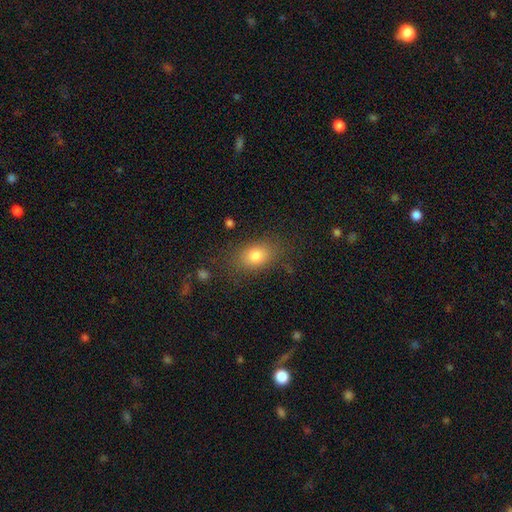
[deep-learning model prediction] Smooth or featured? Predicted: smooth (p=0.80). How rounded? Predicted: in between (p=0.75). Merging? Predicted: none (p=0.79).